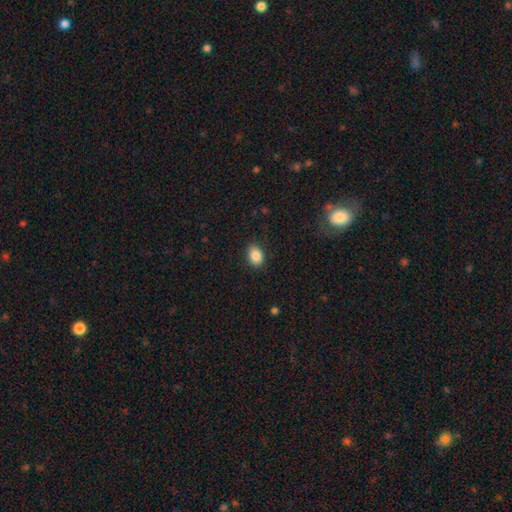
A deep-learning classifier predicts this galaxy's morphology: Q: Smooth or featured?
A: smooth (86%); runner-up: star or artifact (9%)
Q: How rounded?
A: in between (77%); runner-up: round (22%)
Q: Merging?
A: none (85%); runner-up: minor disturbance (11%)